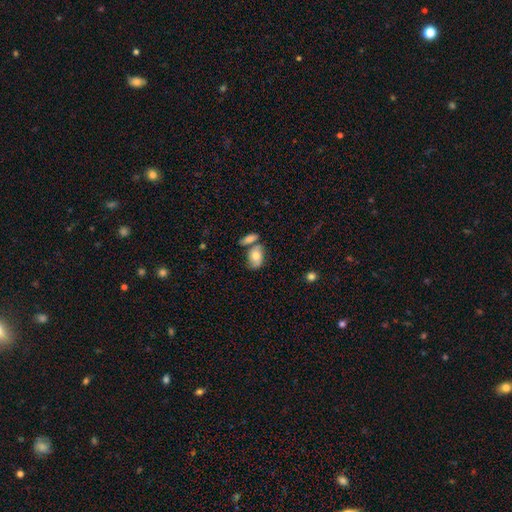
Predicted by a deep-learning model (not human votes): Q: Smooth or featured?
A: smooth (73%); runner-up: featured or disk (20%)
Q: How rounded?
A: in between (86%); runner-up: round (11%)
Q: Merging?
A: none (48%); runner-up: merger (30%)